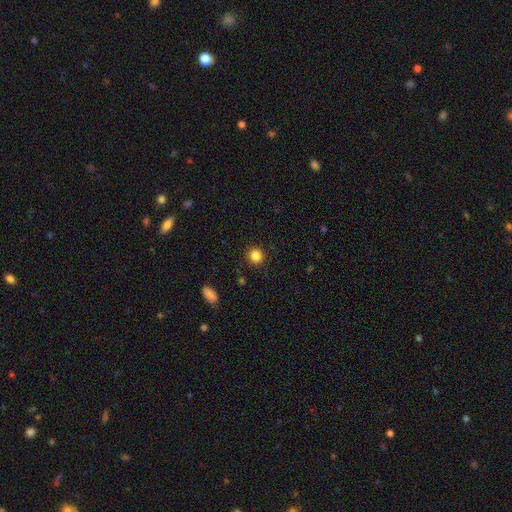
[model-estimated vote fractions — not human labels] Smooth or featured? Predicted: smooth (p=0.85). How rounded? Predicted: round (p=0.92). Merging? Predicted: none (p=0.91).